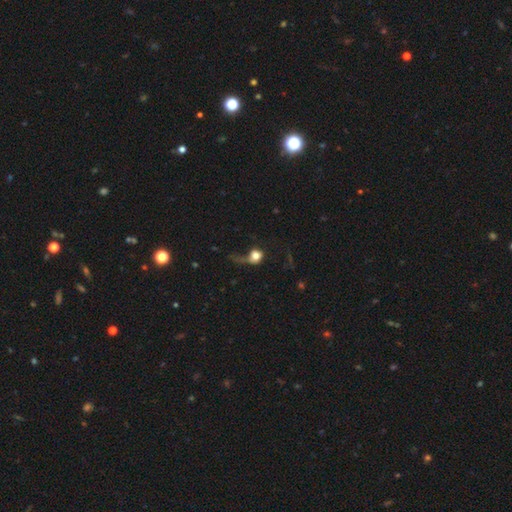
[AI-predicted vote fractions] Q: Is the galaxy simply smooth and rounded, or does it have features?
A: smooth — 66%.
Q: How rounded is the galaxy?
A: round — 79%.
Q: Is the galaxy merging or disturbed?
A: major disturbance — 51%.